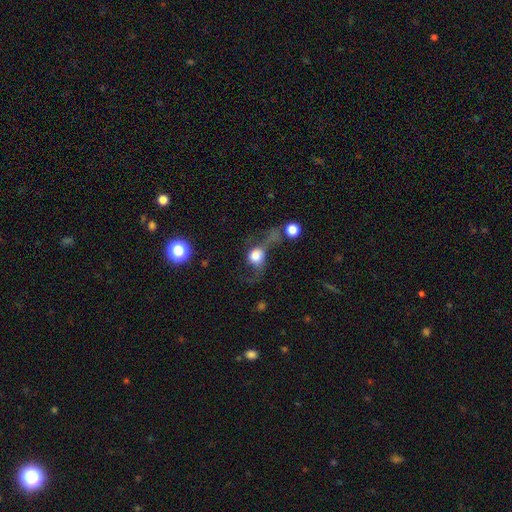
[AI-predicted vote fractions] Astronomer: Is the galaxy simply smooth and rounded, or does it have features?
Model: smooth — 56% (runner-up: featured or disk, 33%).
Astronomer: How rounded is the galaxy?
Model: round — 75%.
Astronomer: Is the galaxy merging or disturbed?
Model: major disturbance — 46% (runner-up: none, 23%).